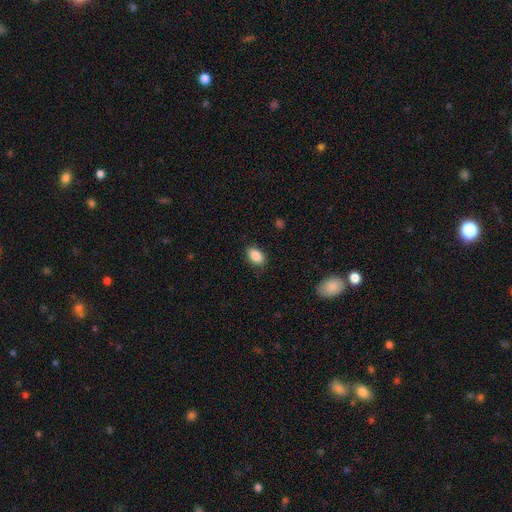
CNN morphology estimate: smooth_or_featured: smooth (p=0.88) [alt: star or artifact p=0.08]
how_rounded: in between (p=0.89) [alt: round p=0.09]
merging: none (p=0.84) [alt: minor disturbance p=0.12]